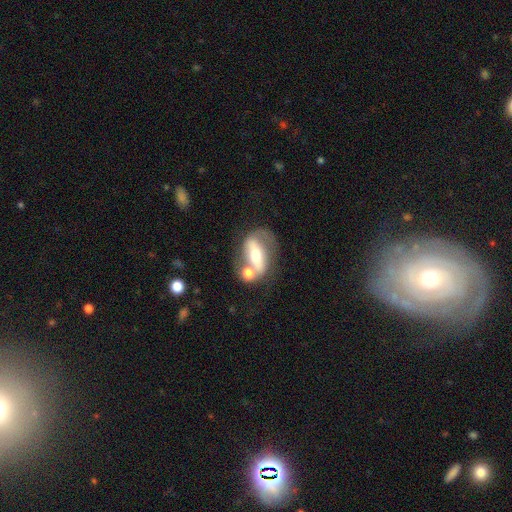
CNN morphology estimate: featured or disk 57%, smooth 35%, star or artifact 8%. Down the decision tree: edge-on disk — no (81%); merging — none (38%).